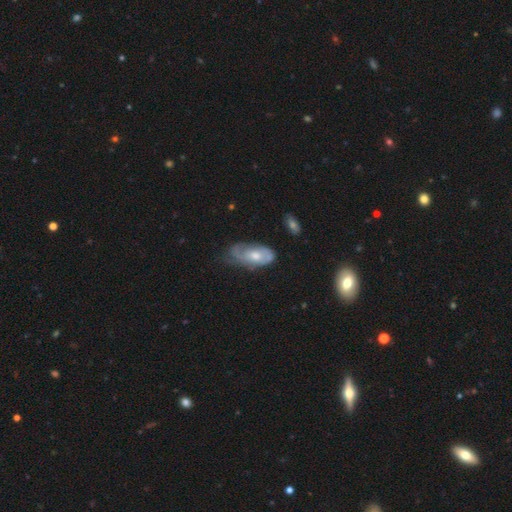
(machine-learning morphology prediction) type=featured or disk (56%); edge-on=no (91%); bar=no (74%); spiral arms=yes (71%); bulge=moderate (65%); merging=none (44%).